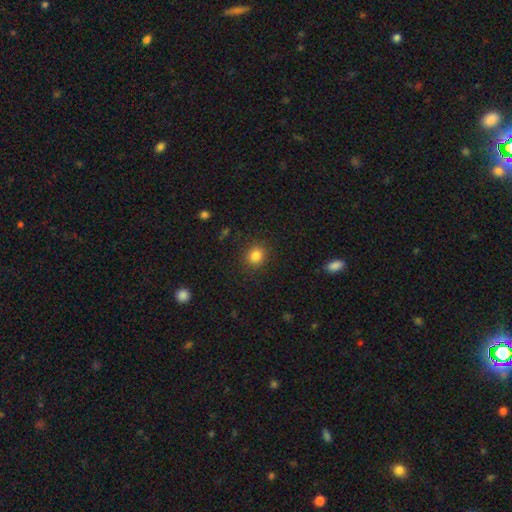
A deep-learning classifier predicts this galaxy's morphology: type=smooth (84%); roundness=round (83%); merging=none (88%).